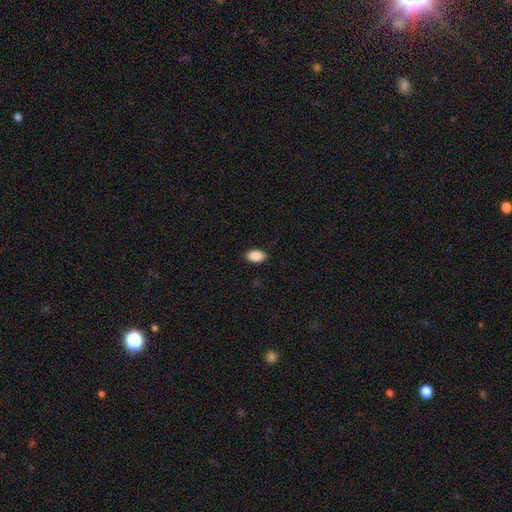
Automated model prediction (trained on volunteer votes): Overall: smooth (88%). How rounded: in between (92%). Merging: none (85%).